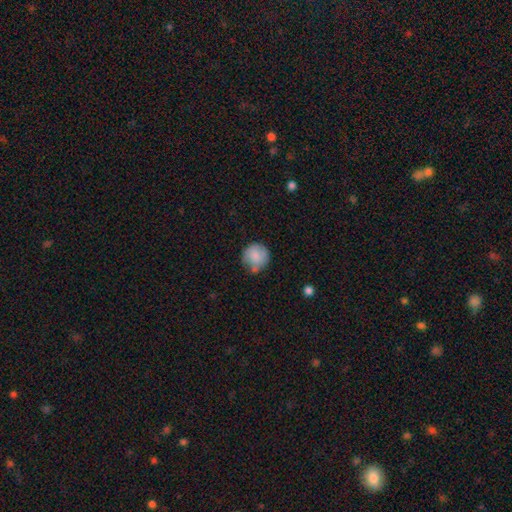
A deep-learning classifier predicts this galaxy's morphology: Smooth or featured? smooth (79%)
How rounded? round (91%)
Merging? none (63%)